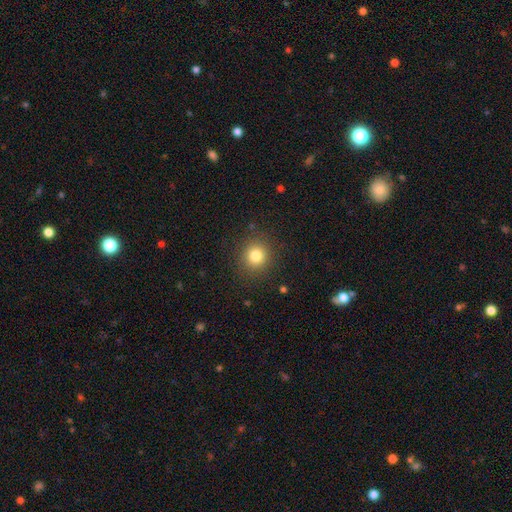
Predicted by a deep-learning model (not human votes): Smooth or featured?
  - smooth: 80% *
  - star or artifact: 13%
  - featured or disk: 7%
How rounded?
  - round: 89% *
  - in between: 10%
  - cigar-shaped: 1%
Merging?
  - none: 89% *
  - minor disturbance: 7%
  - major disturbance: 3%
  - merger: 1%